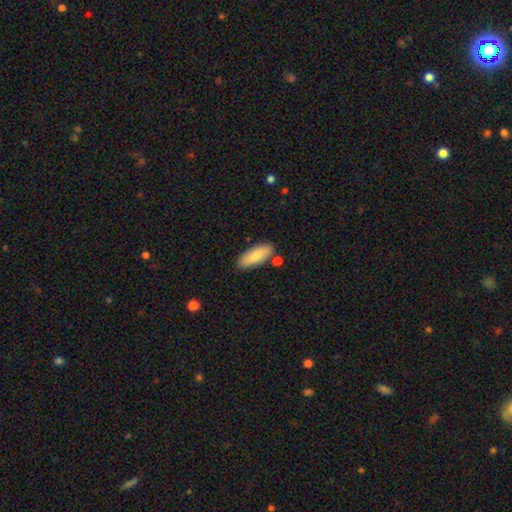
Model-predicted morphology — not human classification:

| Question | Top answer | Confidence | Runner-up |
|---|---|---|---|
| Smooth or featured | smooth | 81% | featured or disk (13%) |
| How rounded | in between | 72% | cigar-shaped (26%) |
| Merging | none | 81% | minor disturbance (12%) |